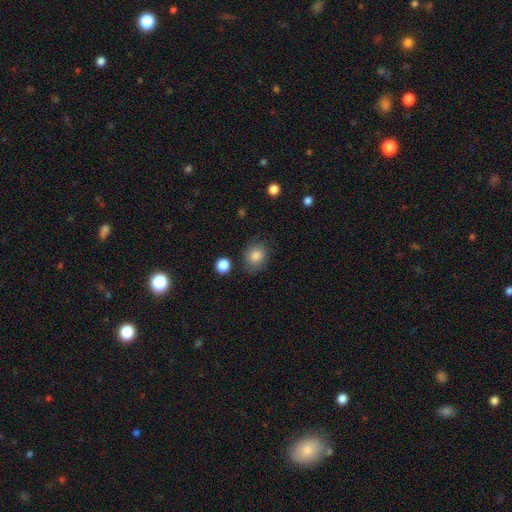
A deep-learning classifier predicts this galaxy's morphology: A smooth galaxy with no disk features (83%) that is round (59%). Merging: none (75%).